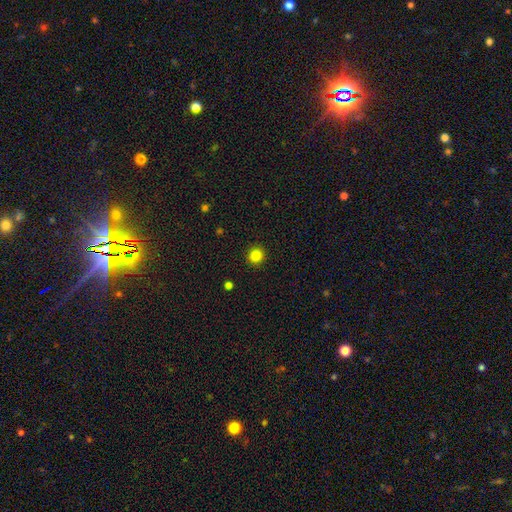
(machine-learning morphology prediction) This appears to be a smooth galaxy with no disk features (84%) that is round (93%). Merging: none (93%).